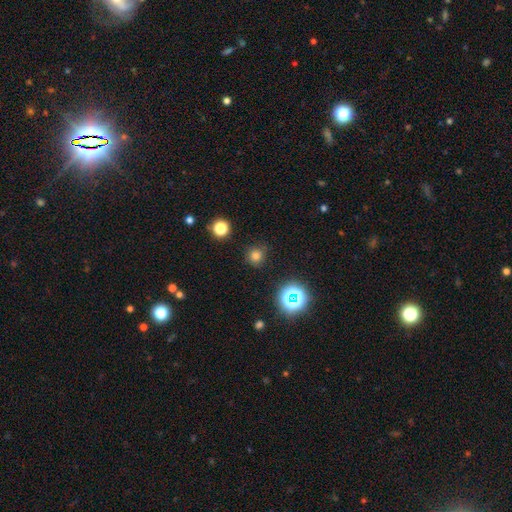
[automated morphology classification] Smooth or featured? smooth (73%)
How rounded? round (94%)
Merging? none (86%)